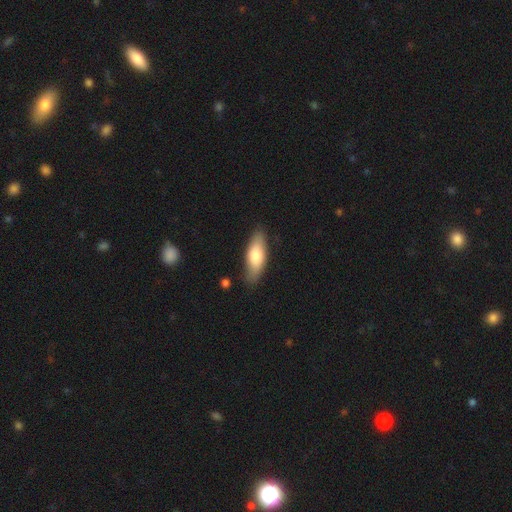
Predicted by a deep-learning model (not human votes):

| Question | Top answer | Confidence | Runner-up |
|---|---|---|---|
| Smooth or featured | smooth | 73% | featured or disk (21%) |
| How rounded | in between | 70% | cigar-shaped (28%) |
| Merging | none | 80% | minor disturbance (15%) |